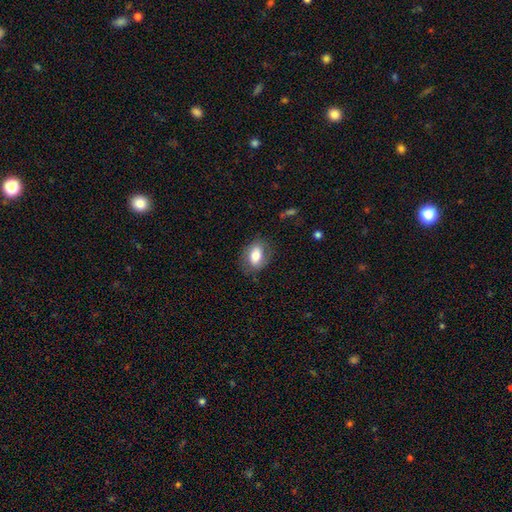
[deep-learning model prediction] Smooth or featured: smooth — 74% (featured or disk — 18%)
How rounded: in between — 81% (round — 17%)
Merging: none — 77% (minor disturbance — 16%)